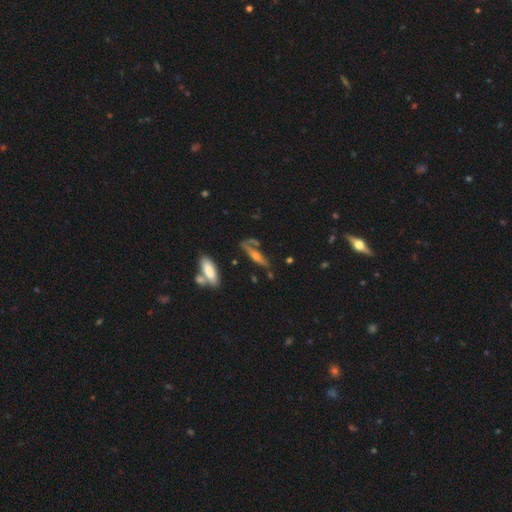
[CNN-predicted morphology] A featured or disk galaxy (54%) viewed edge-on (64%).

Vote fractions:
- Smooth or featured? featured or disk: 54% / smooth: 34% / star or artifact: 12%
- Edge-on disk? yes: 64% / no: 36%
- Merging? none: 53% / minor disturbance: 21% / major disturbance: 15% / merger: 11%